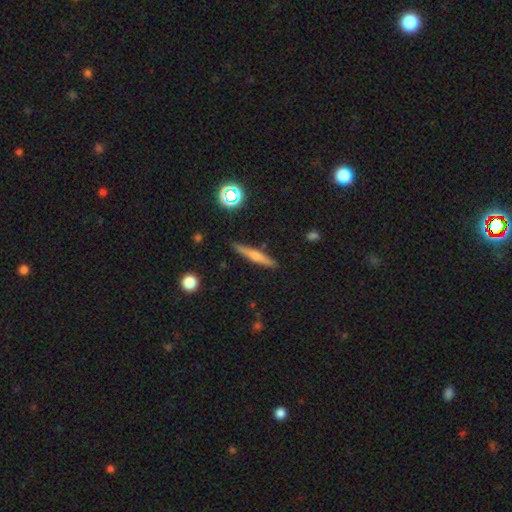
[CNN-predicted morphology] smooth_or_featured: smooth (p=0.48) [alt: featured or disk p=0.42]
merging: none (p=0.88) [alt: minor disturbance p=0.09]